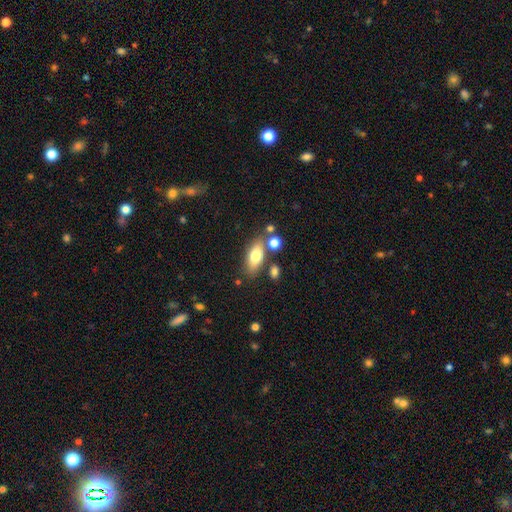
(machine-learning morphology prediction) The model was most divided on "smooth or featured": smooth: 73%, featured or disk: 19%, star or artifact: 8%. More confident: how rounded — in between (77%); merging — none (71%).